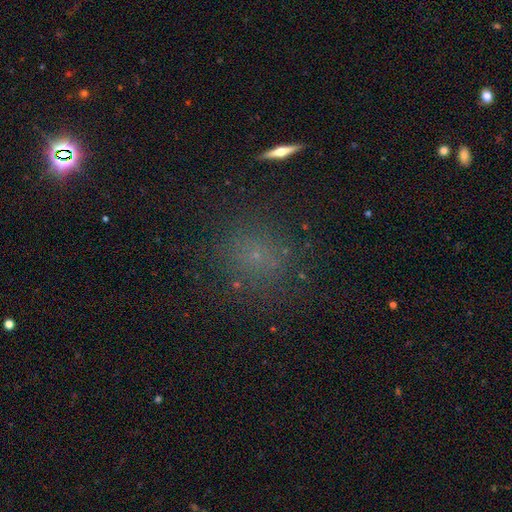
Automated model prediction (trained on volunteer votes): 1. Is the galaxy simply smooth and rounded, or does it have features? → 57% smooth, 33% star or artifact, 10% featured or disk.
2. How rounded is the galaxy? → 83% round, 16% in between, 2% cigar-shaped.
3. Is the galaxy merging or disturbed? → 83% none, 11% minor disturbance, 5% major disturbance, 2% merger.